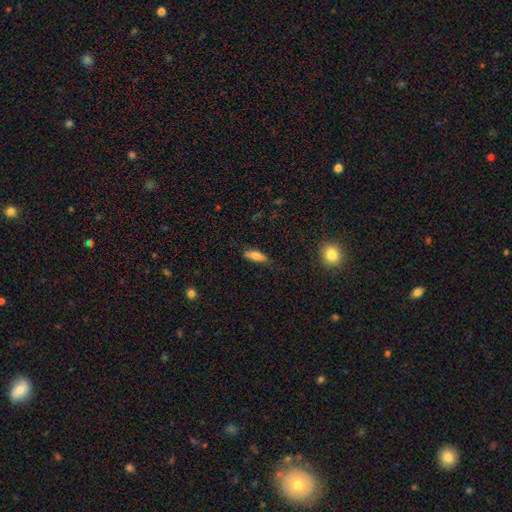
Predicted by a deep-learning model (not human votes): Overall: smooth (77%). How rounded: in between (61%; cigar-shaped 37%). Merging: none (75%).